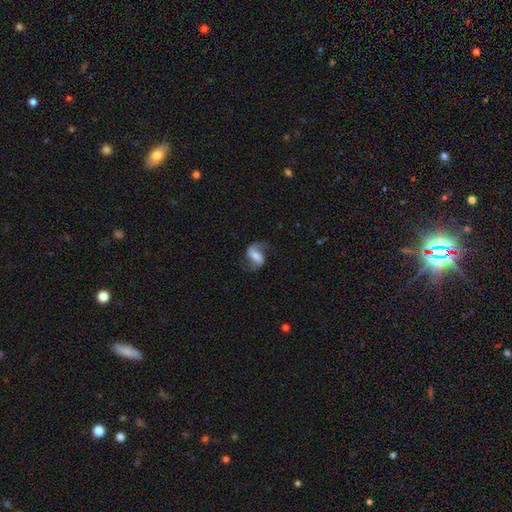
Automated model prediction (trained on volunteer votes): A featured or disk galaxy (72%) with a weak bar (38%, tied with strong), 2 (88%) loose (57%) spiral arms (91%) and a moderate central bulge (49%).

Vote fractions:
- Smooth or featured? featured or disk: 72% / smooth: 22% / star or artifact: 7%
- Edge-on disk? no: 96% / yes: 4%
- Bar? weak: 38% (tied) / strong: 38% (tied) / no: 24%
- Spiral arms? yes: 91% / no: 9%
- Spiral winding? loose: 57% / medium: 34% / tight: 9%
- Spiral arm count? 2: 88% / 1: 5% / can't tell: 4% / 3: 1% / 4: 1% / more than 4: 1%
- Bulge size? moderate: 49% / small: 30% / large: 12% / none: 6% / dominant: 2%
- Merging? none: 69% / minor disturbance: 18% / major disturbance: 12% / merger: 2%